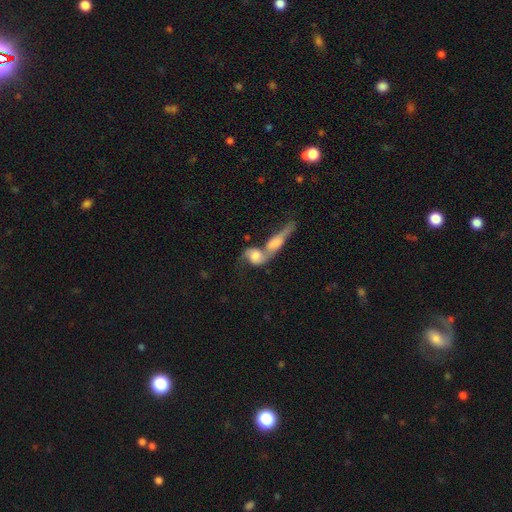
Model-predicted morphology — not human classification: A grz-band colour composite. It shows a featured or disk galaxy (56%). Merging: merger (74%).